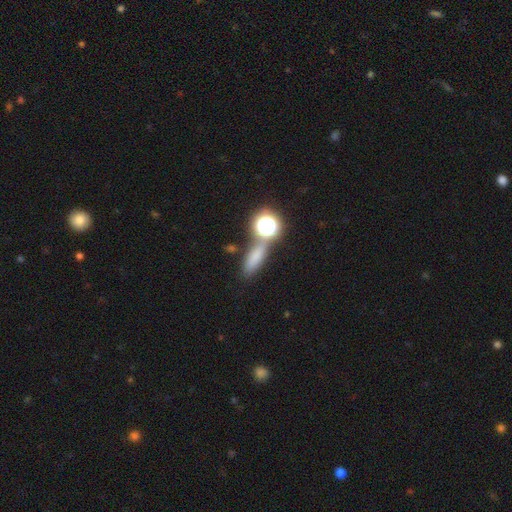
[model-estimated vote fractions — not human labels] A smooth galaxy with no disk features (68%) that is in between round and cigar-shaped (43%).

Vote fractions:
- Smooth or featured? smooth: 68% / star or artifact: 21% / featured or disk: 10%
- How rounded? in between: 43% / cigar-shaped: 37% / round: 21%
- Merging? none: 65% / merger: 17% / minor disturbance: 12% / major disturbance: 6%